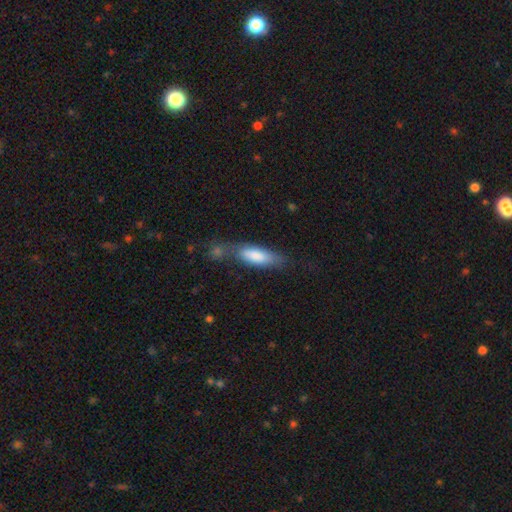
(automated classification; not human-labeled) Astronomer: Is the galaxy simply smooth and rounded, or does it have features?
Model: smooth — 79%.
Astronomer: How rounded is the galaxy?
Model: in between — 62%.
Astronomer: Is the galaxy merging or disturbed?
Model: none — 49%.